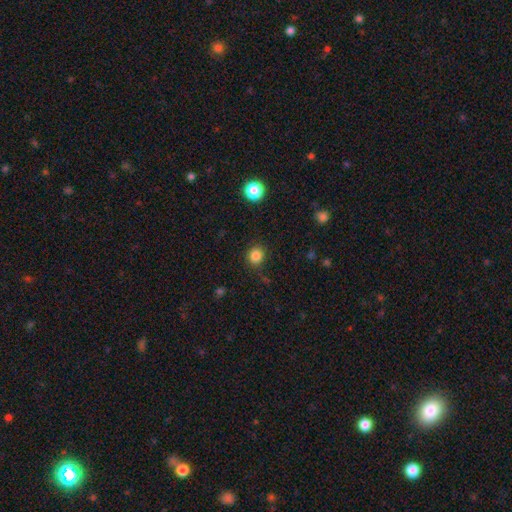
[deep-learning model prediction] Overall: smooth (83%). How rounded: round (87%). Merging: none (85%).